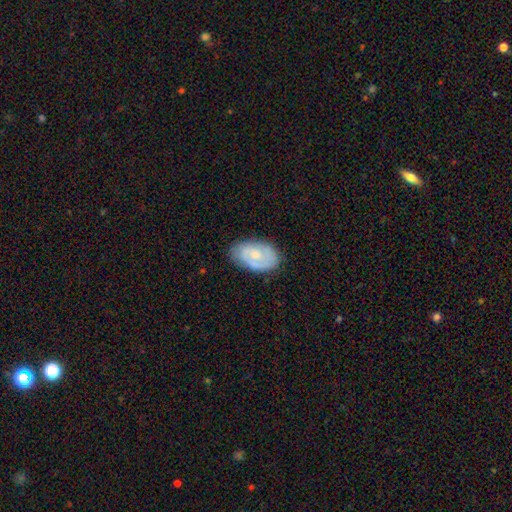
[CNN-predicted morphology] Smooth or featured? Predicted: featured or disk (p=0.56). Edge-on disk? Predicted: no (p=0.95). Bar? Predicted: no (p=0.66). Spiral arms? Predicted: yes (p=0.75). Bulge size? Predicted: small (p=0.47). Merging? Predicted: none (p=0.75).